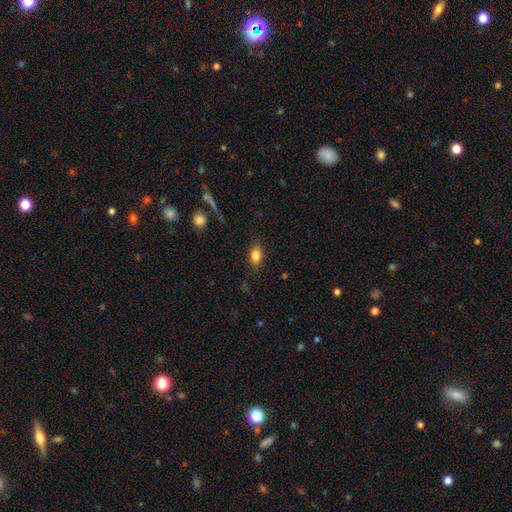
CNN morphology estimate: This appears to be a smooth galaxy with no disk features (82%) that is in between round and cigar-shaped (81%). Merging: none (82%).